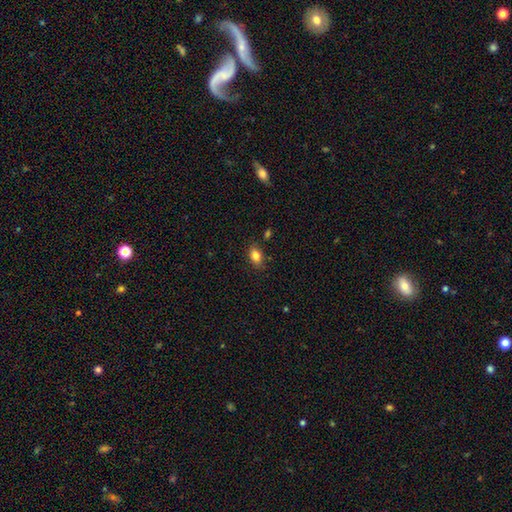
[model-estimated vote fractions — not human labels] This appears to be a smooth galaxy with no disk features (83%) that is in between round and cigar-shaped (83%). Merging: none (82%).